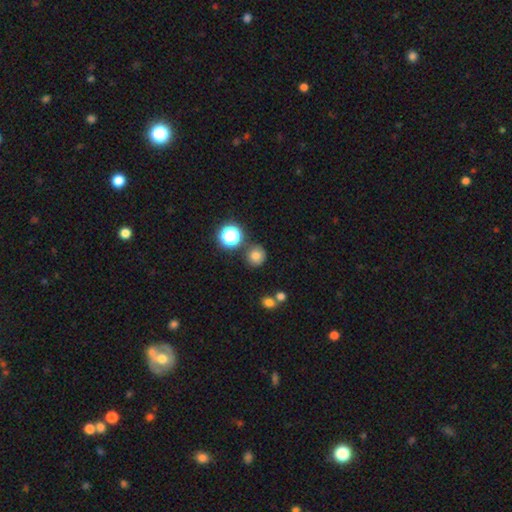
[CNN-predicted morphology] smooth_or_featured: smooth (p=0.77) [alt: star or artifact p=0.16]
how_rounded: round (p=0.91) [alt: in between p=0.08]
merging: none (p=0.80) [alt: minor disturbance p=0.10]